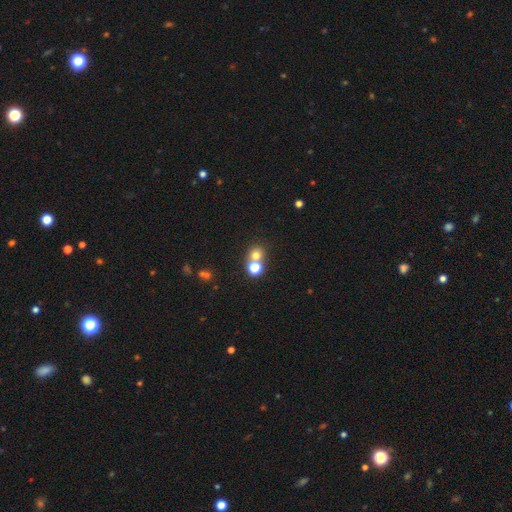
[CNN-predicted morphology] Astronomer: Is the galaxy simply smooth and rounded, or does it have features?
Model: smooth — 70%.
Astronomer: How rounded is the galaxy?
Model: round — 83%.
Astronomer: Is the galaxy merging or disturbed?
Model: none — 54% (runner-up: merger, 37%).